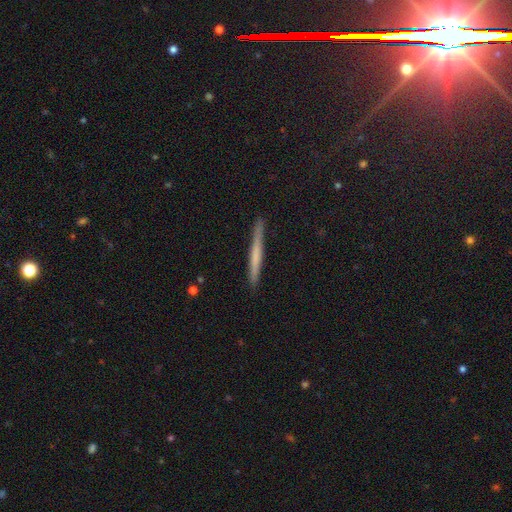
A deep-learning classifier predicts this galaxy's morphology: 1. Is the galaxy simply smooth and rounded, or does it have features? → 51% smooth, 42% featured or disk, 6% star or artifact.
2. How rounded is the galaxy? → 97% cigar-shaped, 2% in between, 1% round.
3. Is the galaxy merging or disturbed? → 90% none, 7% minor disturbance, 1% major disturbance, 1% merger.